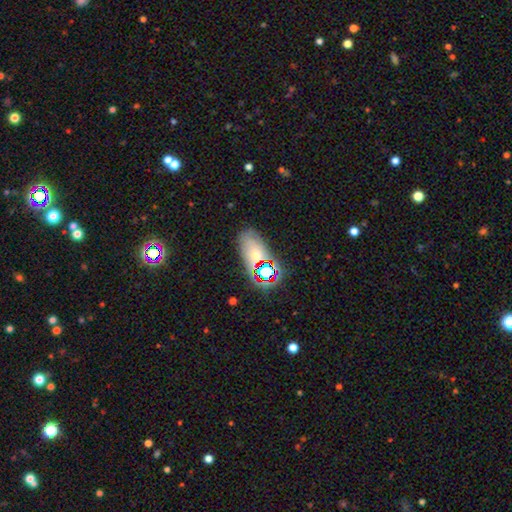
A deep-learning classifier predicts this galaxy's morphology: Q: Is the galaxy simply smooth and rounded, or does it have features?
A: featured or disk — 34%.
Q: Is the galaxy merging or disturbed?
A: none — 64%.